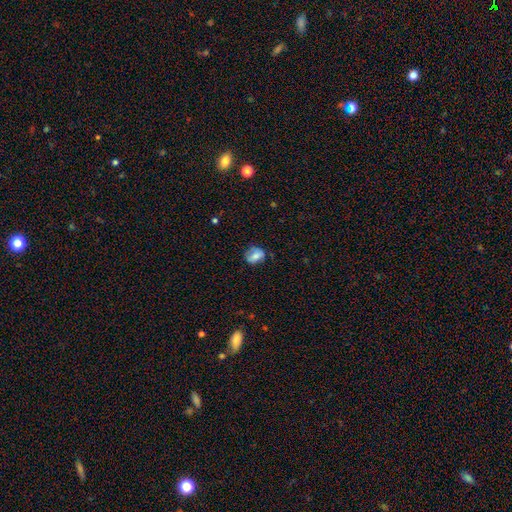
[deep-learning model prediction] Overall: smooth (69%). How rounded: in between (53%; round 45%). Merging: none (63%; minor disturbance 26%).